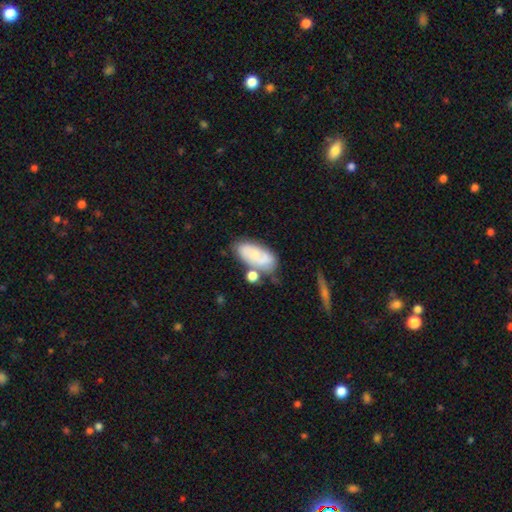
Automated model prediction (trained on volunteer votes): Morphology: type=smooth (52%); roundness=in between (88%); merging=none (47%).